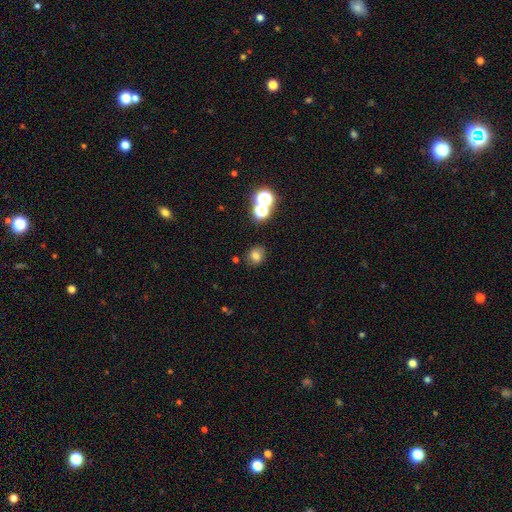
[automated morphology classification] Overall: smooth (74%). How rounded: round (68%; in between 31%). Merging: none (80%).